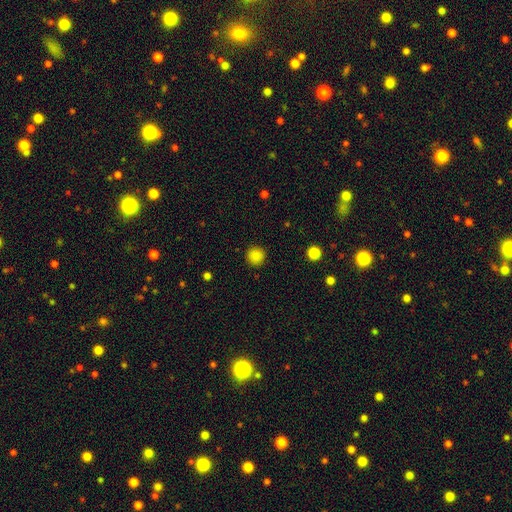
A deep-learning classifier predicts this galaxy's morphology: A smooth galaxy with no disk features (86%) that is round (95%). Merging: none (91%).